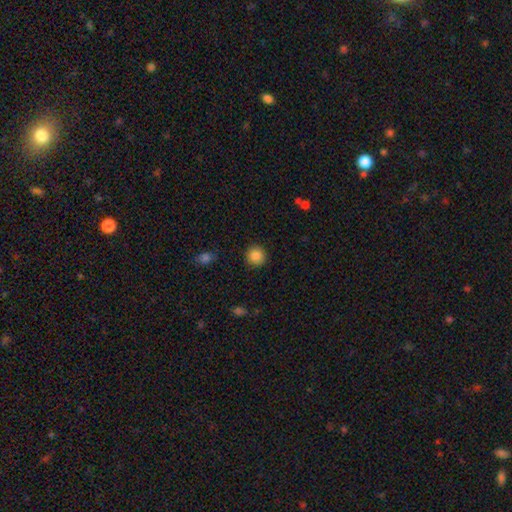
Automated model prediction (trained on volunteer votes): Overall: smooth (86%). How rounded: round (93%). Merging: none (91%).